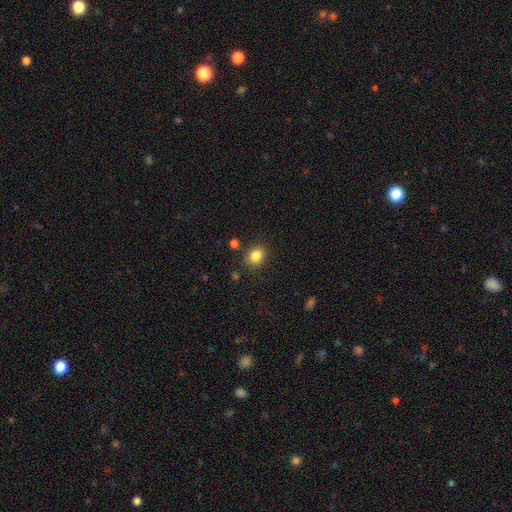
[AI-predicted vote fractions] Smooth or featured: smooth — 83% (star or artifact — 11%)
How rounded: round — 59% (in between — 40%)
Merging: none — 84% (minor disturbance — 9%)